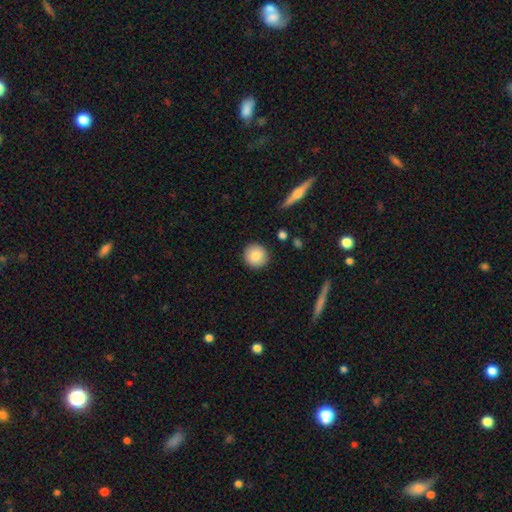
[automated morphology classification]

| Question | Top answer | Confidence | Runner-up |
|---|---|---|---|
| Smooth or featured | smooth | 85% | featured or disk (8%) |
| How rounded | round | 93% | in between (6%) |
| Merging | none | 91% | minor disturbance (6%) |